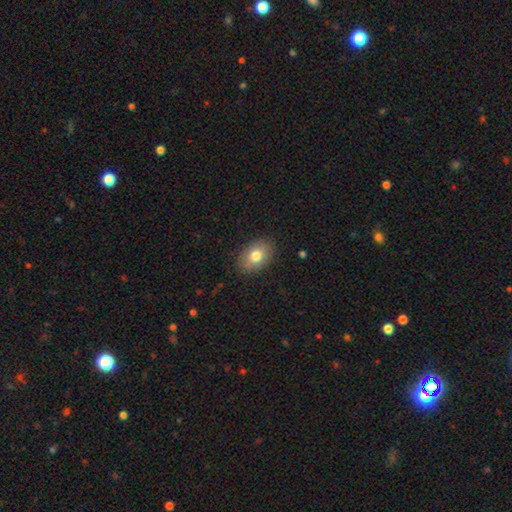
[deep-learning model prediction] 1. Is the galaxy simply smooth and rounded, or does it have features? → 78% smooth, 14% featured or disk, 8% star or artifact.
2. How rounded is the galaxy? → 80% in between, 19% round, 1% cigar-shaped.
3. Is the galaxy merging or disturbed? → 86% none, 10% minor disturbance, 2% major disturbance, 1% merger.